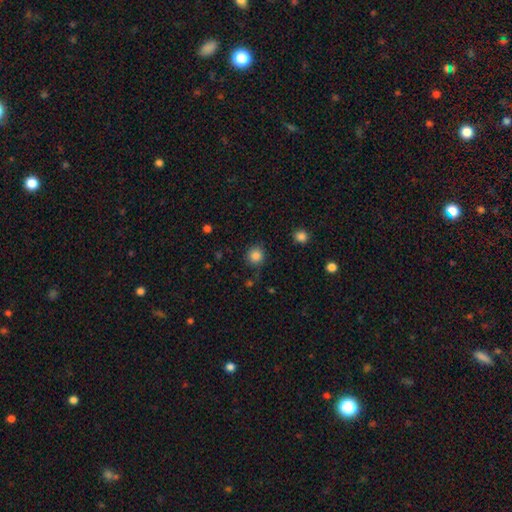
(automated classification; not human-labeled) Smooth or featured?
  - smooth: 85% *
  - star or artifact: 11%
  - featured or disk: 4%
How rounded?
  - round: 92% *
  - in between: 7%
  - cigar-shaped: 1%
Merging?
  - none: 84% *
  - minor disturbance: 11%
  - major disturbance: 3%
  - merger: 2%